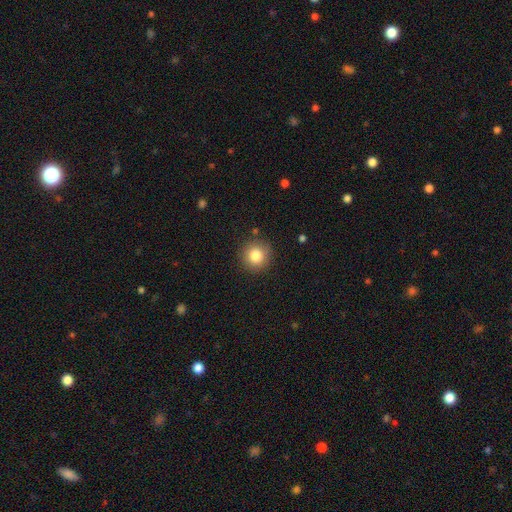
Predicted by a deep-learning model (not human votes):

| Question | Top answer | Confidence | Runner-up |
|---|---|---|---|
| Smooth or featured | smooth | 83% | star or artifact (10%) |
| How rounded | round | 94% | in between (5%) |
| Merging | none | 89% | minor disturbance (7%) |